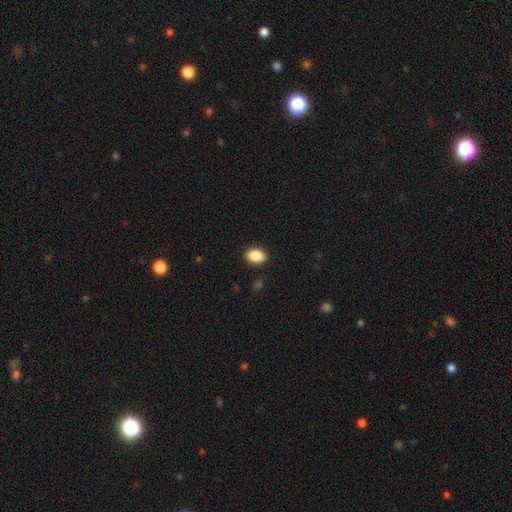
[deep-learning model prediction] This appears to be a smooth galaxy with no disk features (88%) that is in between round and cigar-shaped (82%). Merging: none (90%).